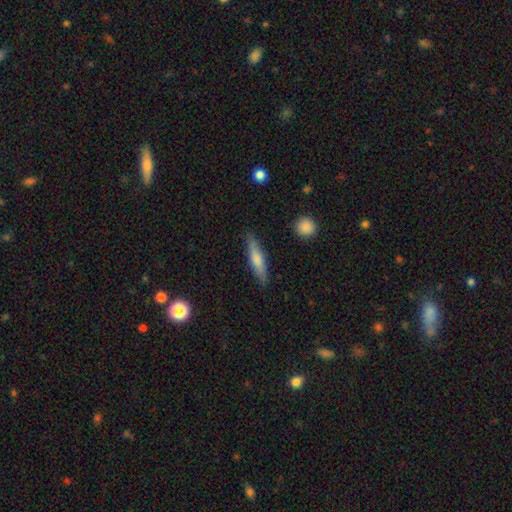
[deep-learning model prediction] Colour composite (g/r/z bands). It shows a smooth galaxy with no disk features (59%) that is cigar-shaped (86%). Merging: none (89%).